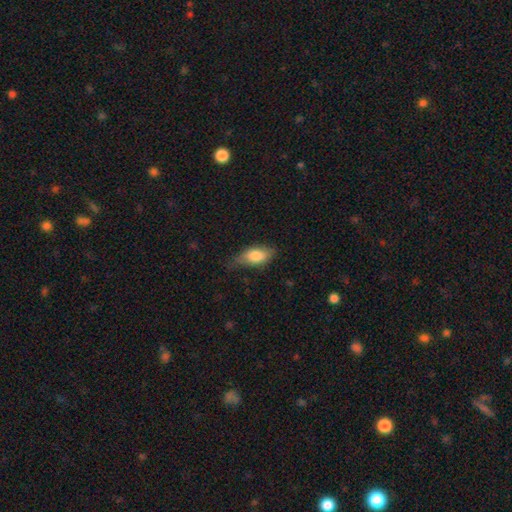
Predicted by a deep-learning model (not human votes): This is likely a smooth galaxy (77%). How rounded: clearly in between (86%). Merging: possibly none (57%).